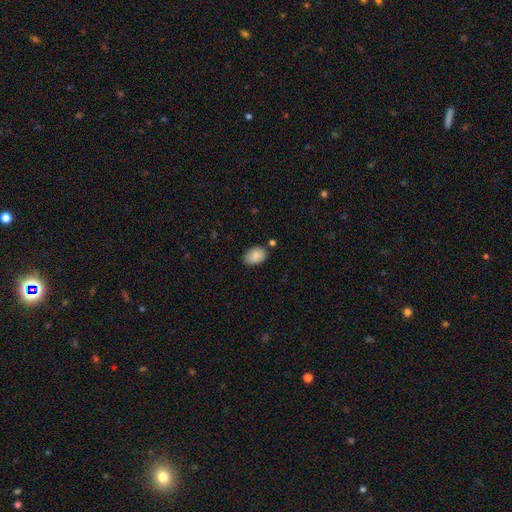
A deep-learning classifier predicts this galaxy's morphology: Smooth or featured?
  - smooth: 88% *
  - star or artifact: 7%
  - featured or disk: 5%
How rounded?
  - in between: 85% *
  - round: 14%
  - cigar-shaped: 1%
Merging?
  - none: 75% *
  - minor disturbance: 17%
  - merger: 5%
  - major disturbance: 3%